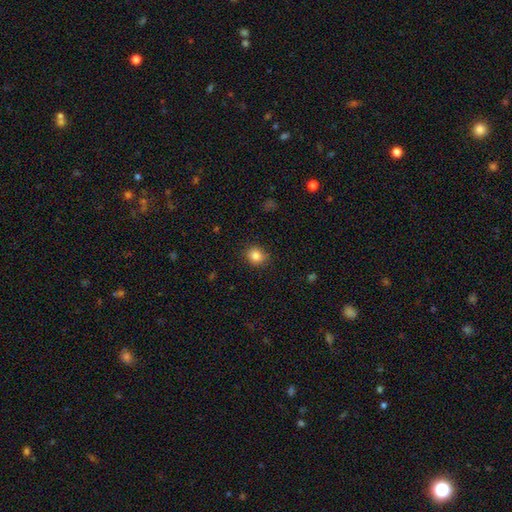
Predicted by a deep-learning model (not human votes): A smooth galaxy with no disk features (85%) that is round (75%).

Vote fractions:
- Smooth or featured? smooth: 85% / star or artifact: 10% / featured or disk: 5%
- How rounded? round: 75% / in between: 24% / cigar-shaped: 1%
- Merging? none: 86% / minor disturbance: 11% / major disturbance: 3% / merger: 1%